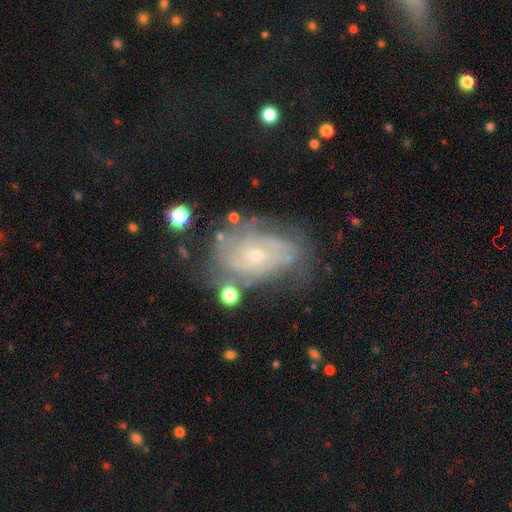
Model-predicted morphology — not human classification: Smooth or featured: featured or disk — 75% (smooth — 16%)
Edge-on disk: no — 96% (yes — 4%)
Bar: no — 78% (weak — 19%)
Spiral arms: yes — 83% (no — 17%)
Spiral winding: tight — 63% (medium — 27%)
Spiral arm count: can't tell — 55% (2 — 17%)
Bulge size: small — 67% (moderate — 29%)
Merging: none — 58% (minor disturbance — 24%)